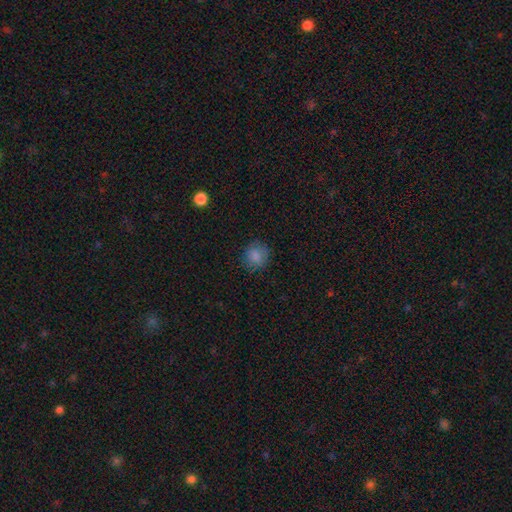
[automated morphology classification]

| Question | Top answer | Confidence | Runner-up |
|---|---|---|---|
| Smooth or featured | smooth | 84% | star or artifact (10%) |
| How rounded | round | 87% | in between (12%) |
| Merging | none | 84% | minor disturbance (12%) |